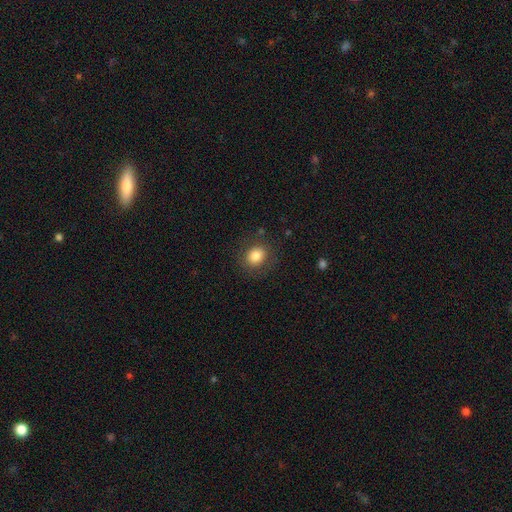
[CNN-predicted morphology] A smooth galaxy with no disk features (81%) that is round (68%).

Vote fractions:
- Smooth or featured? smooth: 81% / star or artifact: 10% / featured or disk: 9%
- How rounded? round: 68% / in between: 32% / cigar-shaped: 1%
- Merging? none: 83% / minor disturbance: 11% / major disturbance: 5% / merger: 1%